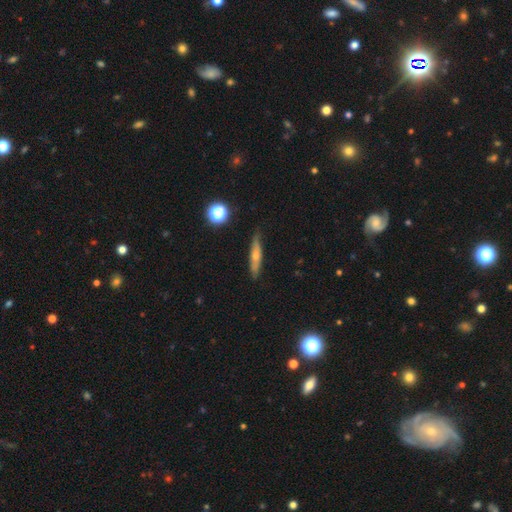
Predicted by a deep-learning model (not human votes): Smooth or featured? smooth (51%)
How rounded? cigar-shaped (80%)
Merging? none (80%)